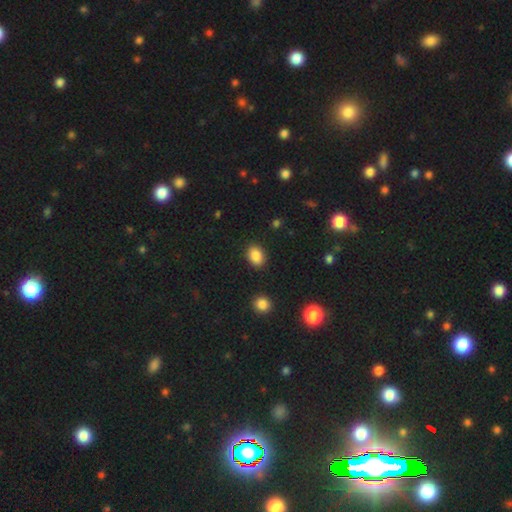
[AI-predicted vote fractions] Smooth or featured: smooth — 87% (star or artifact — 9%)
How rounded: in between — 72% (round — 27%)
Merging: none — 88% (minor disturbance — 8%)